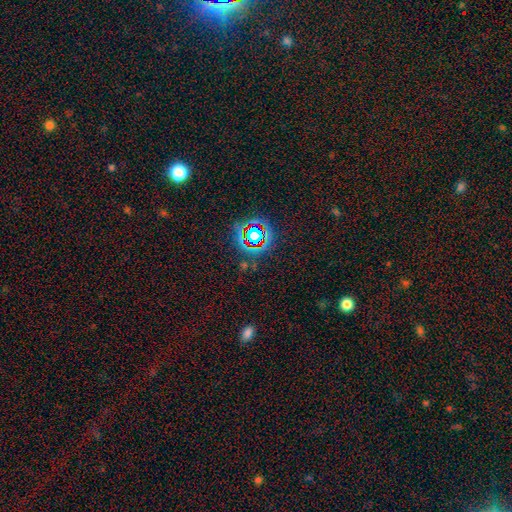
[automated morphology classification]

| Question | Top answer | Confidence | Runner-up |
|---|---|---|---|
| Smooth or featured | star or artifact | 73% | smooth (18%) |